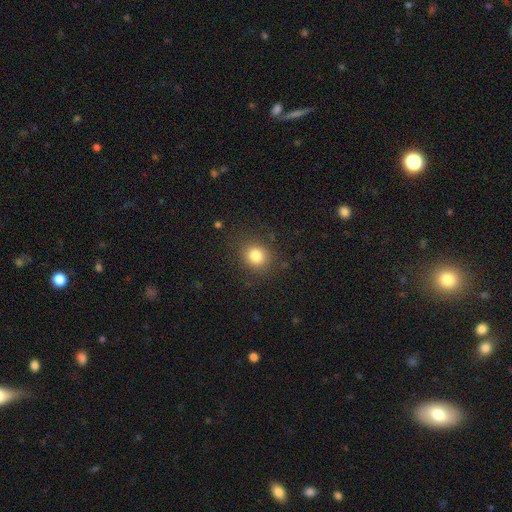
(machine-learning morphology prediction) Smooth or featured? Predicted: smooth (p=0.81). How rounded? Predicted: round (p=0.77). Merging? Predicted: none (p=0.85).